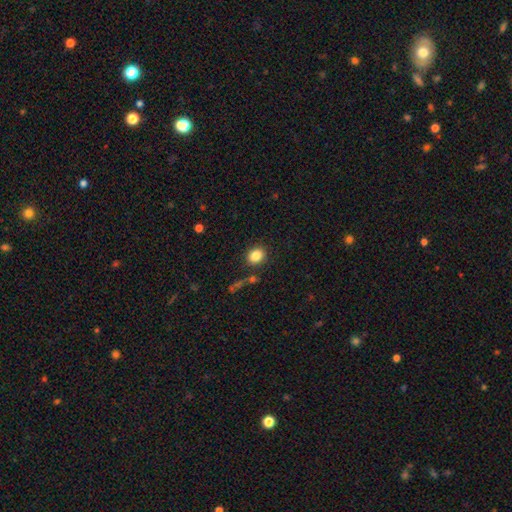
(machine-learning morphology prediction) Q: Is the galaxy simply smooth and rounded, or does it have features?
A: smooth — 85%.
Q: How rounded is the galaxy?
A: round — 53%.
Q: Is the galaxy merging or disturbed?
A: none — 83%.